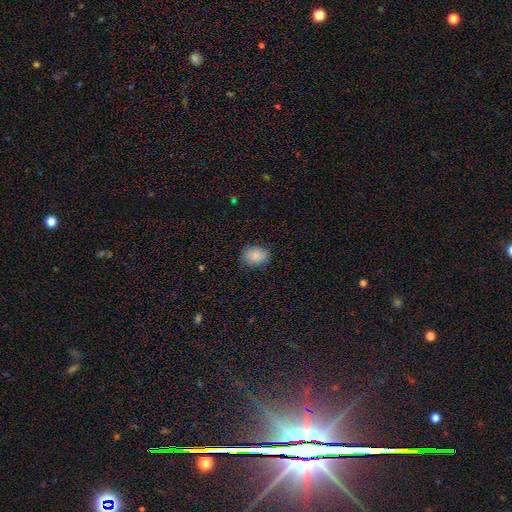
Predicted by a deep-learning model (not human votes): A smooth galaxy with no disk features (84%) that is in between round and cigar-shaped (55%).

Vote fractions:
- Smooth or featured? smooth: 84% / star or artifact: 8% / featured or disk: 8%
- How rounded? in between: 55% / round: 44% / cigar-shaped: 1%
- Merging? none: 78% / minor disturbance: 17% / major disturbance: 4% / merger: 1%